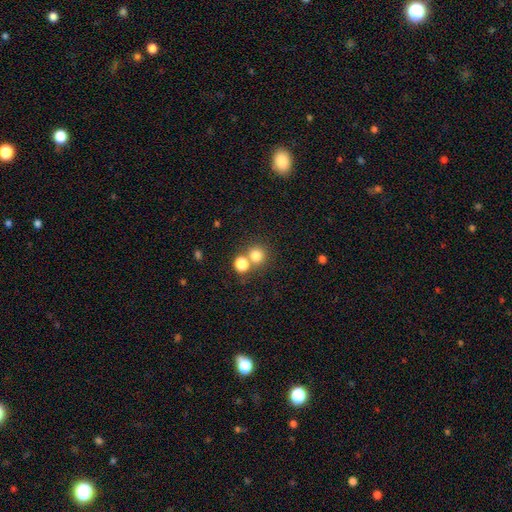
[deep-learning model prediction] smooth_or_featured: smooth (p=0.78) [alt: star or artifact p=0.15]
how_rounded: round (p=0.89) [alt: in between p=0.10]
merging: none (p=0.60) [alt: merger p=0.31]